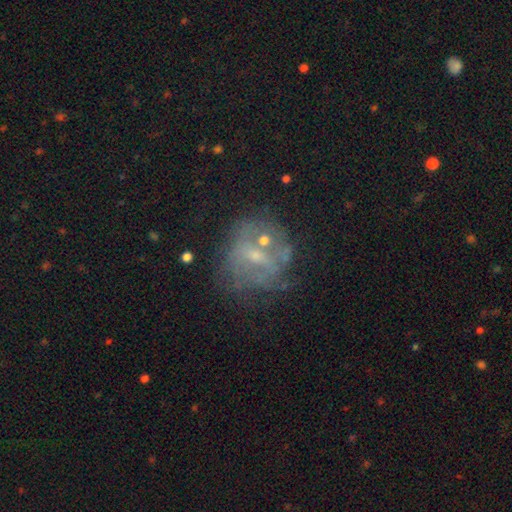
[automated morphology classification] Q: Smooth or featured?
A: featured or disk (58%); runner-up: smooth (27%)
Q: Edge-on disk?
A: no (97%); runner-up: yes (3%)
Q: Bar?
A: no (52%); runner-up: weak (38%)
Q: Spiral arms?
A: no (66%); runner-up: yes (34%)
Q: Bulge size?
A: small (57%); runner-up: moderate (30%)
Q: Merging?
A: none (52%); runner-up: minor disturbance (20%)